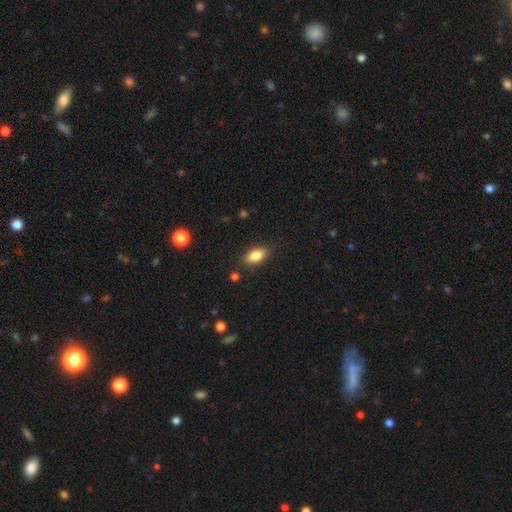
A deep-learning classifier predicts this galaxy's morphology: smooth 83%, featured or disk 9%, star or artifact 8%. Down the decision tree: how rounded — in between (88%); merging — none (85%).